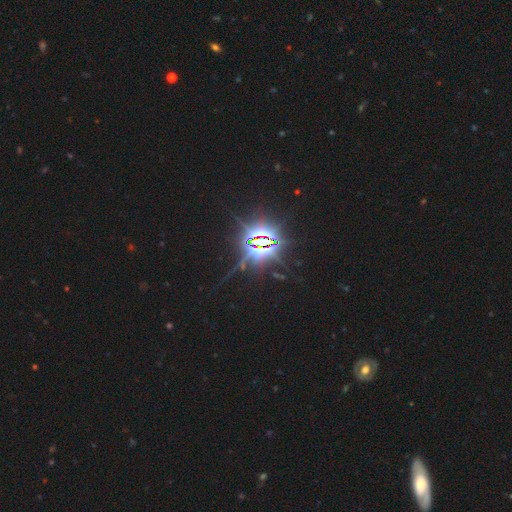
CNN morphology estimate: A star or artifact, not a galaxy (86%).